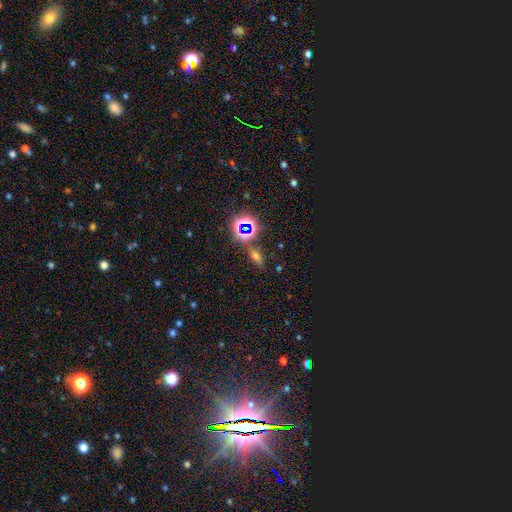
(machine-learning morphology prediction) smooth 43%, star or artifact 42%, featured or disk 15%. Down the decision tree: merging — none (75%).